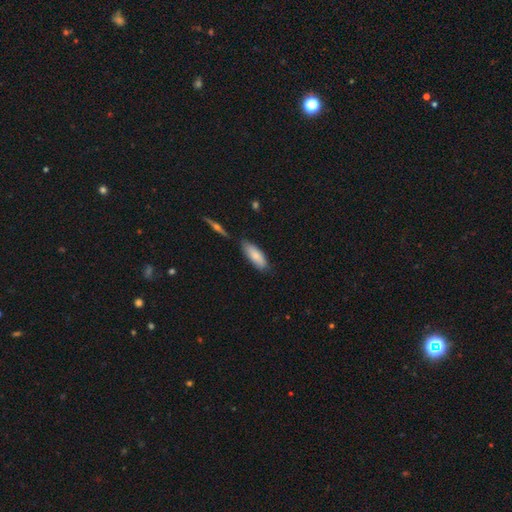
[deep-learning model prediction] A smooth galaxy with no disk features (80%) that is in between round and cigar-shaped (68%). Merging: none (73%).